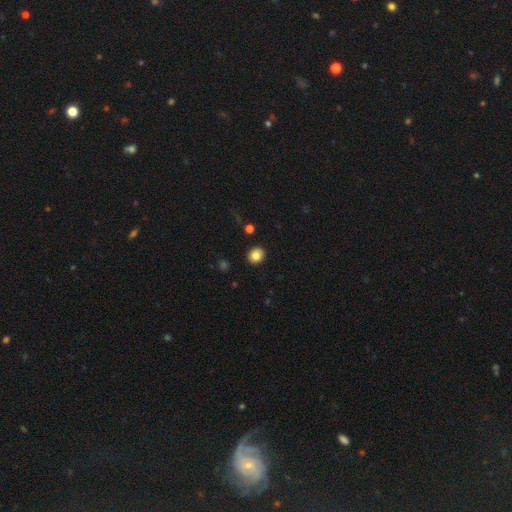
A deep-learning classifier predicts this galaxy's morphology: Smooth or featured: smooth — 83% (star or artifact — 10%)
How rounded: round — 76% (in between — 23%)
Merging: none — 91% (minor disturbance — 6%)